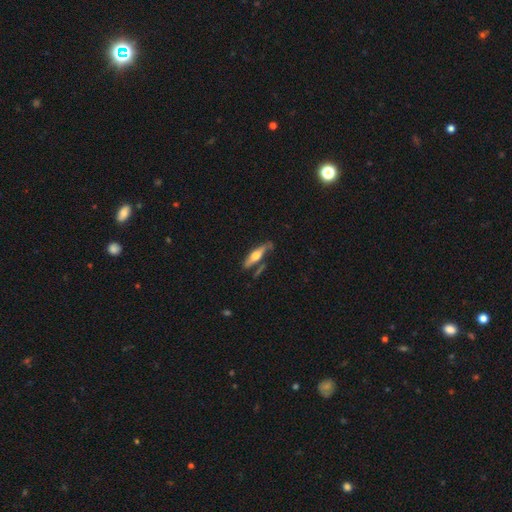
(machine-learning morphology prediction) A featured or disk galaxy (57%) viewed edge-on (92%) with a rounded central bulge (91%).

Vote fractions:
- Smooth or featured? featured or disk: 57% / smooth: 37% / star or artifact: 6%
- Edge-on disk? yes: 92% / no: 8%
- Edge-on bulge? rounded: 91% / boxy: 5% / none: 3%
- Merging? none: 68% / minor disturbance: 17% / merger: 9% / major disturbance: 5%